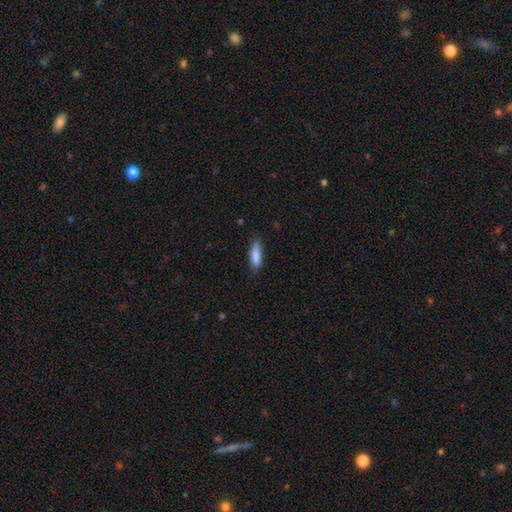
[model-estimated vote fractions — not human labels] Smooth or featured? Predicted: smooth (p=0.86). How rounded? Predicted: cigar-shaped (p=0.56). Merging? Predicted: none (p=0.80).